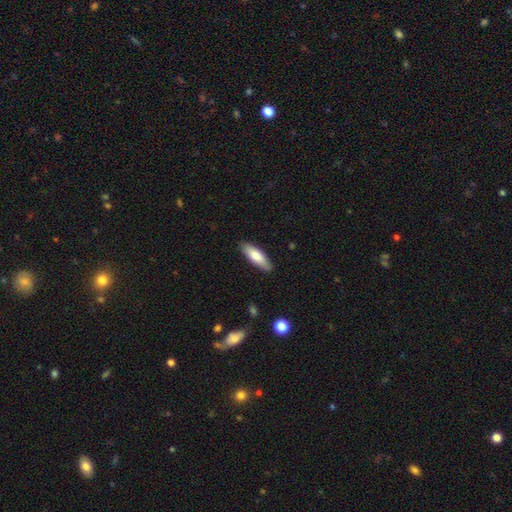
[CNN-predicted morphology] type=smooth (76%); roundness=in between (52%); merging=none (88%).